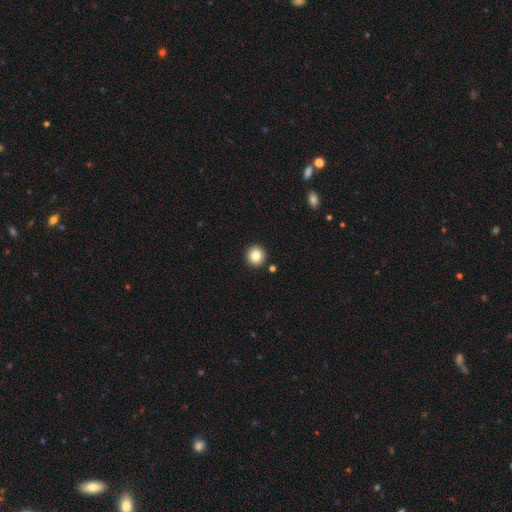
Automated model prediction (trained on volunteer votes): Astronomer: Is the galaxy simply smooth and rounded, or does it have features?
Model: smooth — 84%.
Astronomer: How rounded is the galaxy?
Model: round — 94%.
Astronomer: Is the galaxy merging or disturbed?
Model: none — 91%.